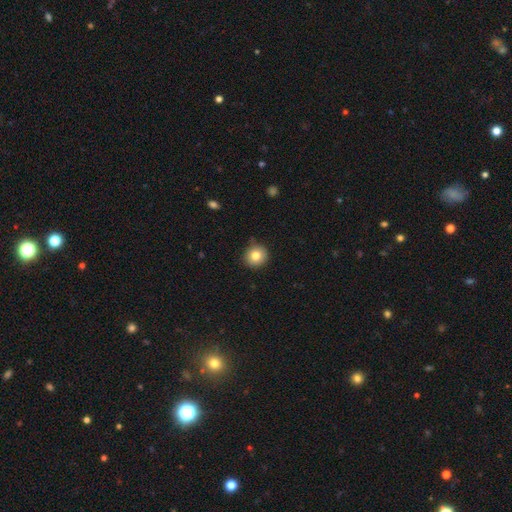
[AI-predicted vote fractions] The model was most divided on "smooth or featured": smooth: 80%, star or artifact: 10%, featured or disk: 9%. More confident: how rounded — round (92%); merging — none (87%).